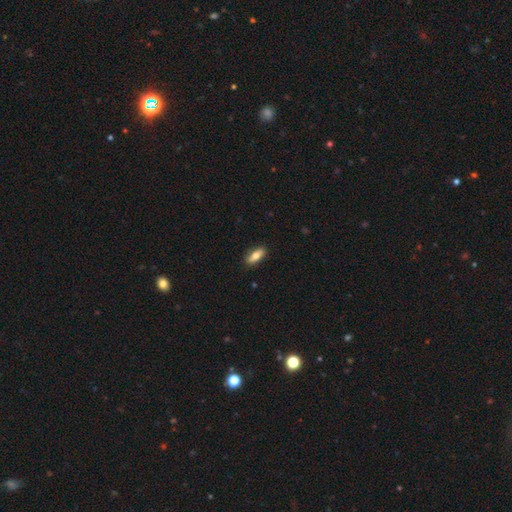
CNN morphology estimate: type=smooth (70%); roundness=in between (76%); merging=none (88%).